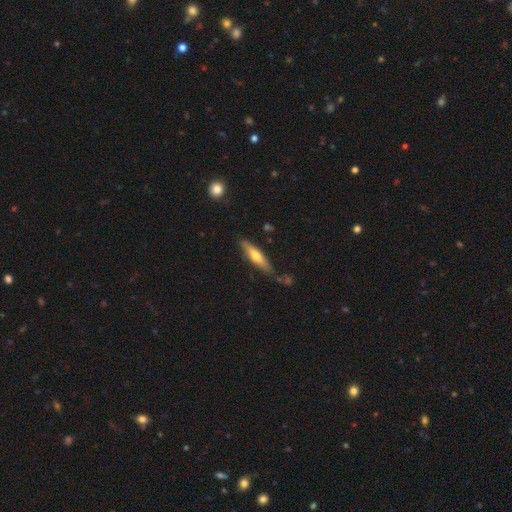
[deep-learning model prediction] The model was most divided on "smooth or featured" (2-way tie): featured or disk: 47%, smooth: 47%, star or artifact: 6%. More confident: merging — none (76%).